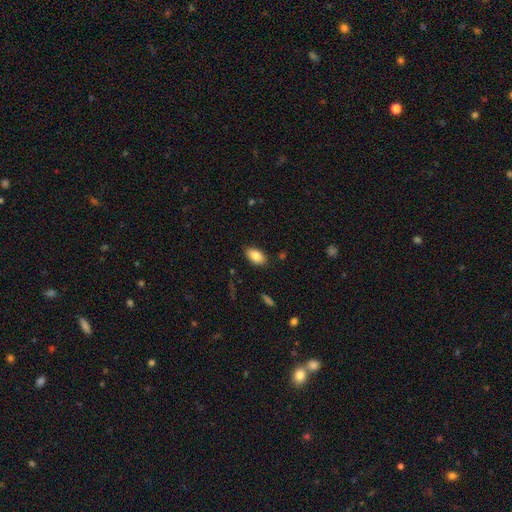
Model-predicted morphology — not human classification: Smooth or featured? Predicted: smooth (p=0.84). How rounded? Predicted: in between (p=0.93). Merging? Predicted: none (p=0.87).